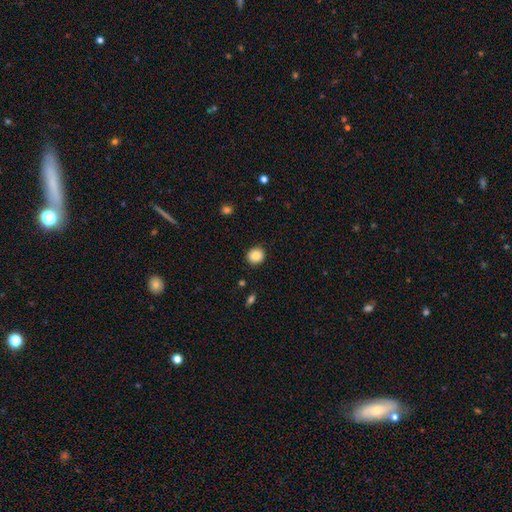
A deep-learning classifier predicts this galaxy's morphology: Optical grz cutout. It shows a smooth galaxy with no disk features (86%) that is round (88%). Merging: none (91%).